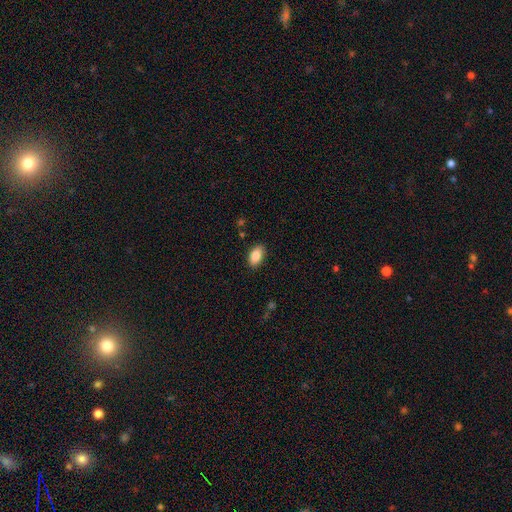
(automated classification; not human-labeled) Smooth or featured? smooth (86%)
How rounded? in between (92%)
Merging? none (88%)